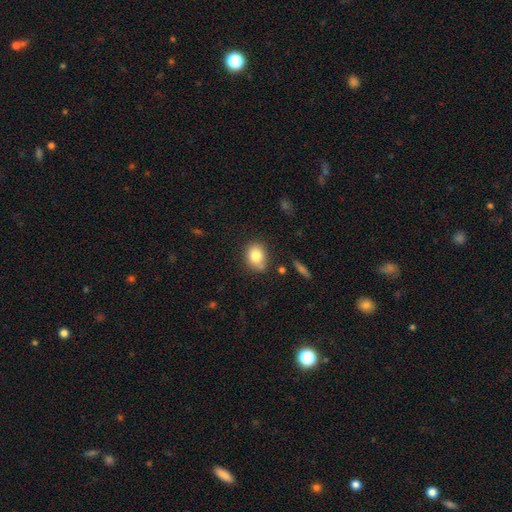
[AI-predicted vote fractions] This appears to be a smooth galaxy with no disk features (82%) that is in between round and cigar-shaped (55%). Merging: none (71%).